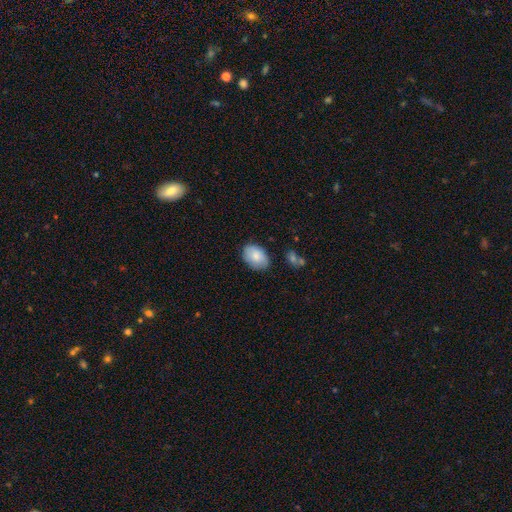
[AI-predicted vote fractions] A smooth galaxy with no disk features (82%) that is in between round and cigar-shaped (85%). Merging: none (78%).